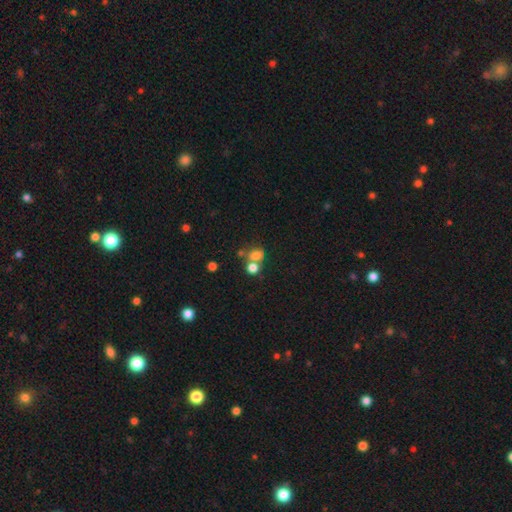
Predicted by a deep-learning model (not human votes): Smooth or featured?
  - smooth: 72% *
  - star or artifact: 15%
  - featured or disk: 13%
How rounded?
  - round: 51% *
  - in between: 47%
  - cigar-shaped: 1%
Merging?
  - merger: 46% *
  - none: 36%
  - minor disturbance: 11%
  - major disturbance: 7%